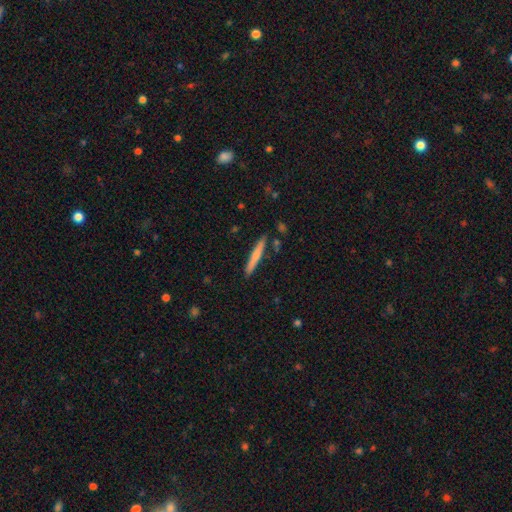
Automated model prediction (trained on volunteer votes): Morphology: type=smooth (64%); roundness=cigar-shaped (95%); merging=none (87%).